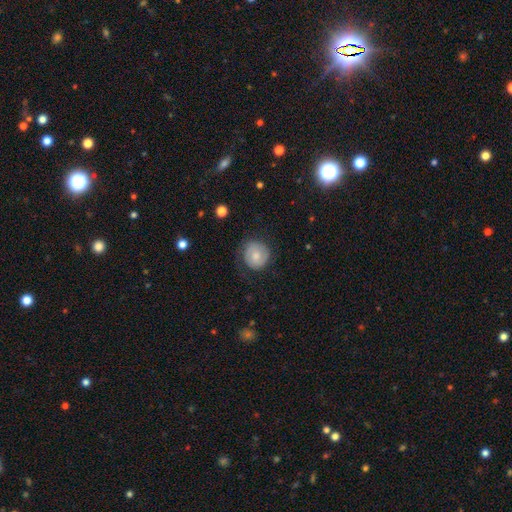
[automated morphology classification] smooth_or_featured: smooth (p=0.54) [alt: featured or disk p=0.39]
how_rounded: round (p=0.87) [alt: in between p=0.12]
merging: none (p=0.71) [alt: minor disturbance p=0.19]